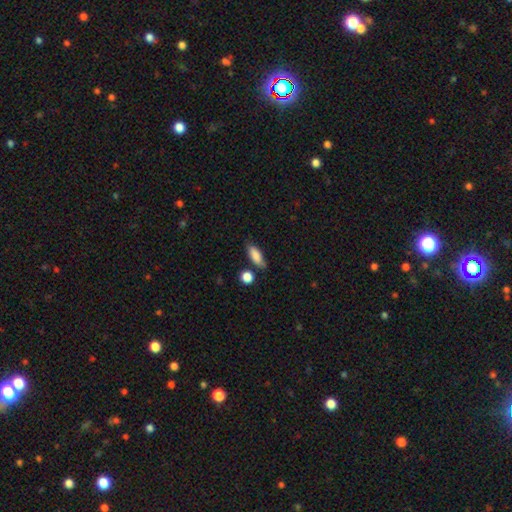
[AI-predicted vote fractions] Q: Smooth or featured?
A: smooth (83%); runner-up: featured or disk (9%)
Q: How rounded?
A: in between (75%); runner-up: cigar-shaped (21%)
Q: Merging?
A: none (70%); runner-up: minor disturbance (18%)